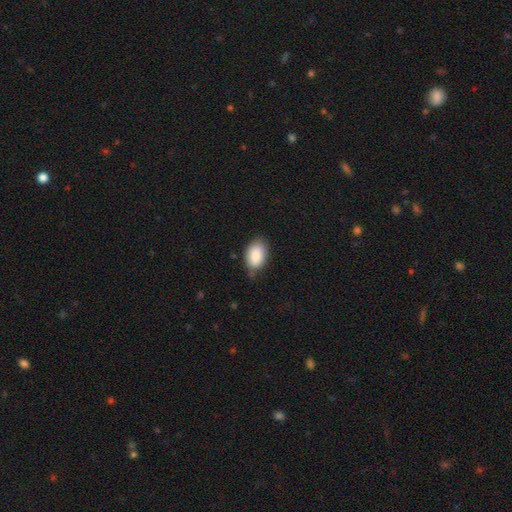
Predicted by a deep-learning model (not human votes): Smooth or featured? Predicted: smooth (p=0.88). How rounded? Predicted: in between (p=0.89). Merging? Predicted: none (p=0.68).